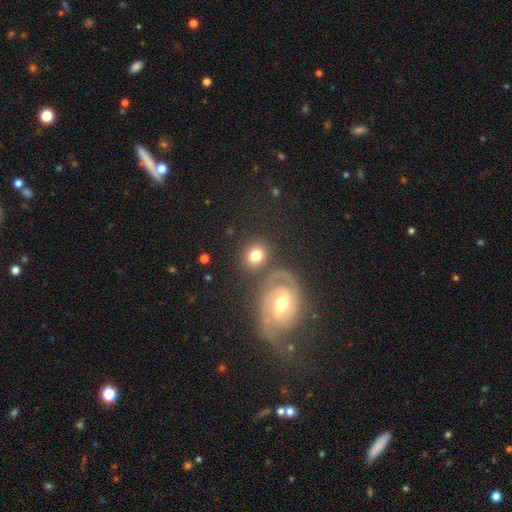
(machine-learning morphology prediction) smooth_or_featured: smooth (p=0.71) [alt: featured or disk p=0.21]
how_rounded: round (p=0.68) [alt: in between p=0.31]
merging: none (p=0.68) [alt: merger p=0.15]